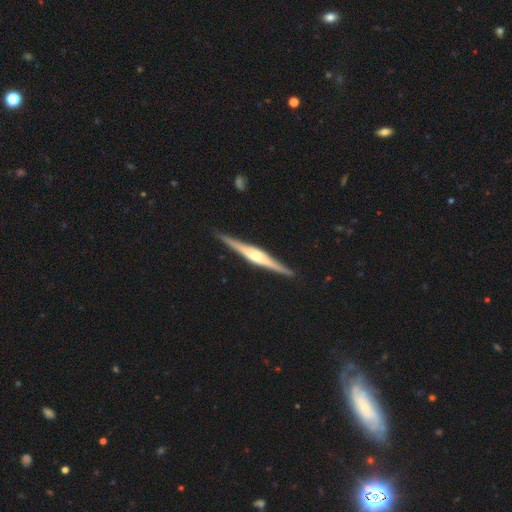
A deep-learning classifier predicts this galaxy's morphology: Overall: featured or disk (84%). Edge-on disk: yes (99%). Edge-on bulge: rounded (79%). Merging: none (92%).